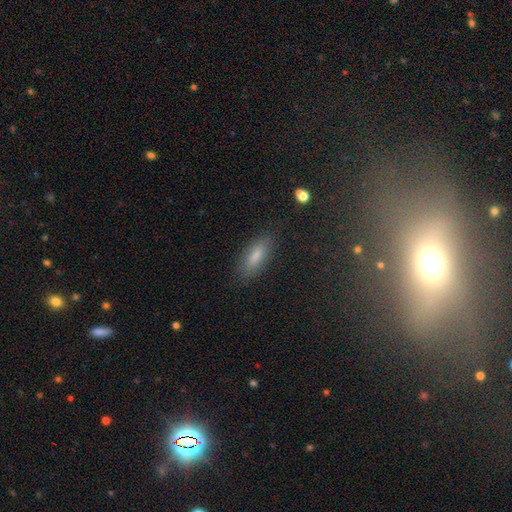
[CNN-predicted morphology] This appears to be a smooth galaxy with no disk features (74%) that is in between round and cigar-shaped (64%). Merging: none (85%).